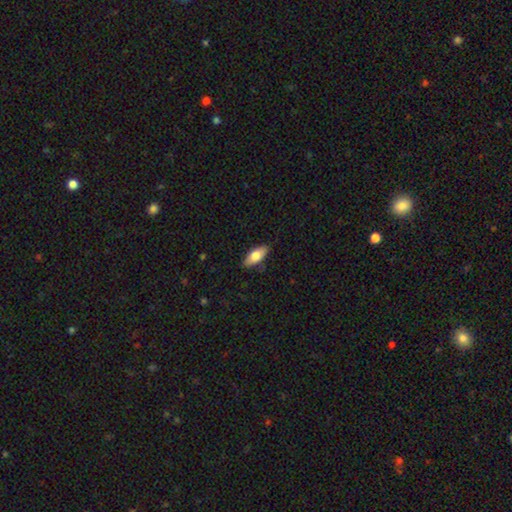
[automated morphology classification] smooth_or_featured: smooth (p=0.76) [alt: featured or disk p=0.18]
how_rounded: in between (p=0.82) [alt: cigar-shaped p=0.15]
merging: none (p=0.84) [alt: minor disturbance p=0.13]